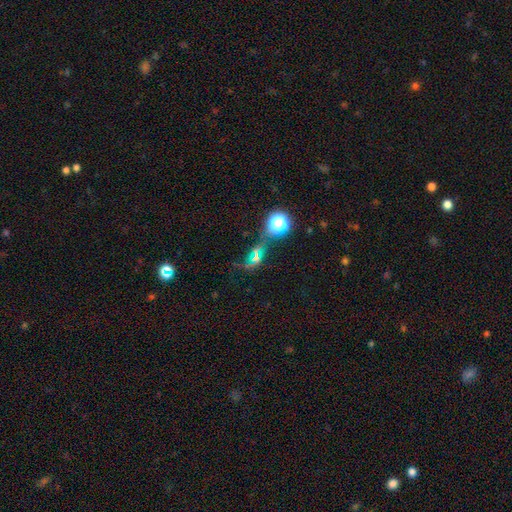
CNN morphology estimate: Smooth or featured: star or artifact — 60% (smooth — 24%)